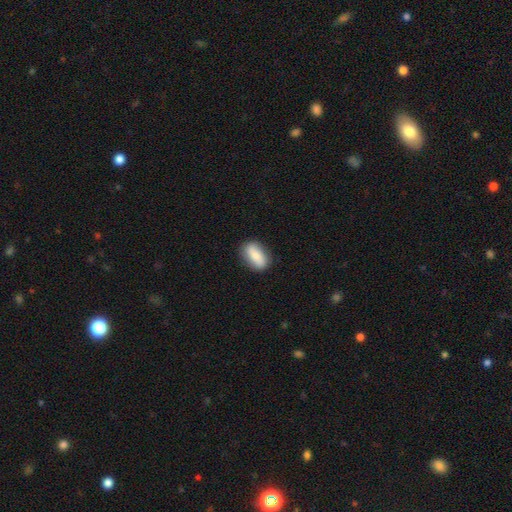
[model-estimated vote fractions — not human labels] Smooth or featured?
  - smooth: 75% *
  - featured or disk: 19%
  - star or artifact: 6%
How rounded?
  - in between: 86% *
  - round: 7%
  - cigar-shaped: 7%
Merging?
  - none: 84% *
  - minor disturbance: 12%
  - major disturbance: 3%
  - merger: 1%